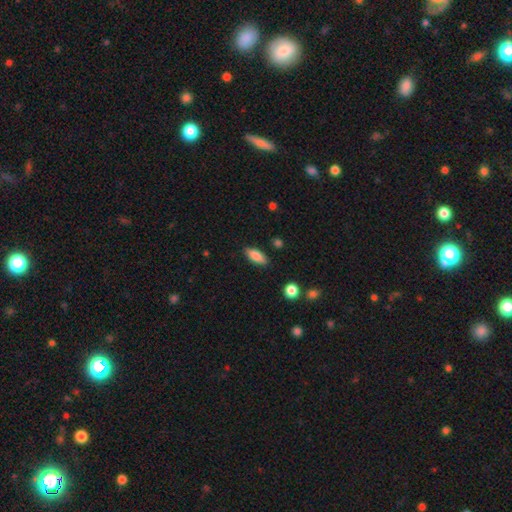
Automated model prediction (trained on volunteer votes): This appears to be a smooth galaxy with no disk features (82%) that is in between round and cigar-shaped (75%). Merging: none (86%).